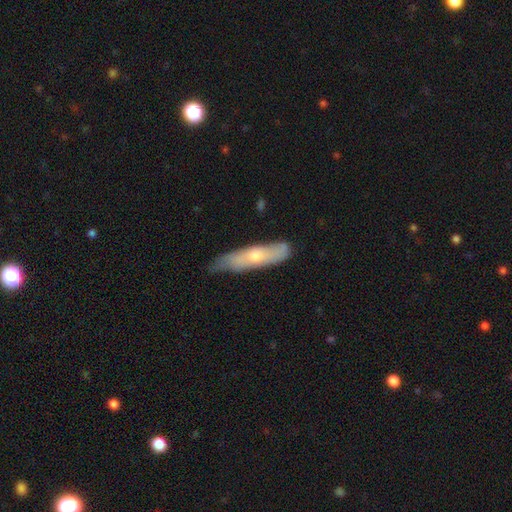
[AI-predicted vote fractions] Smooth or featured? smooth (53%)
How rounded? cigar-shaped (77%)
Merging? none (62%)